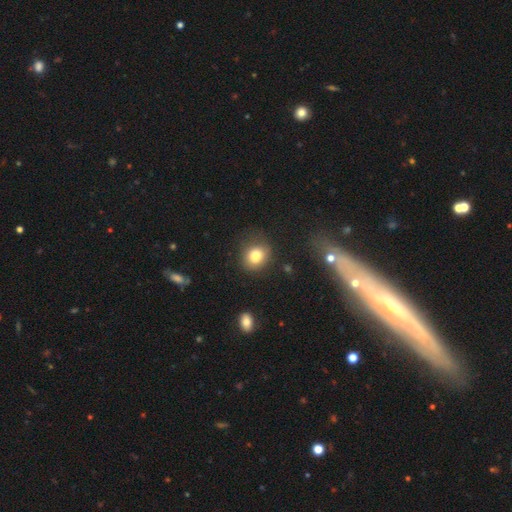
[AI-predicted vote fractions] smooth_or_featured: smooth (p=0.80) [alt: star or artifact p=0.11]
how_rounded: round (p=0.71) [alt: in between p=0.28]
merging: none (p=0.73) [alt: minor disturbance p=0.18]